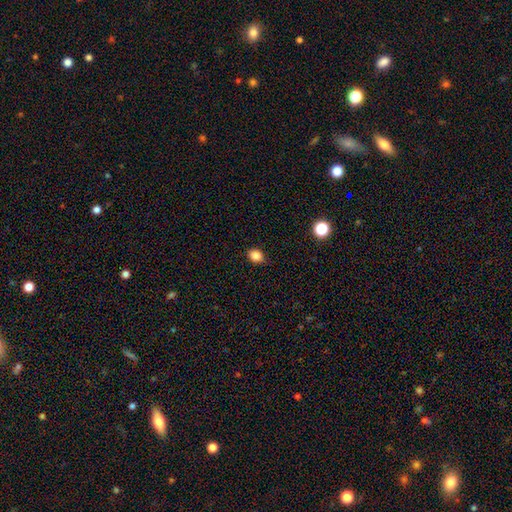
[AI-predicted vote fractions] Smooth or featured? Predicted: smooth (p=0.84). How rounded? Predicted: in between (p=0.59). Merging? Predicted: none (p=0.84).